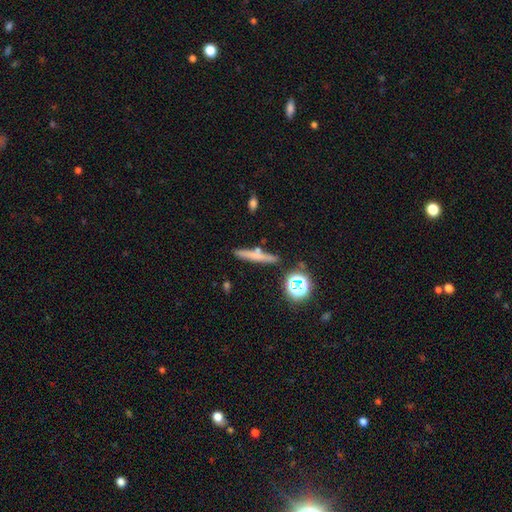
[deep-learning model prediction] A smooth galaxy with no disk features (58%) that is cigar-shaped (87%). Merging: none (79%).